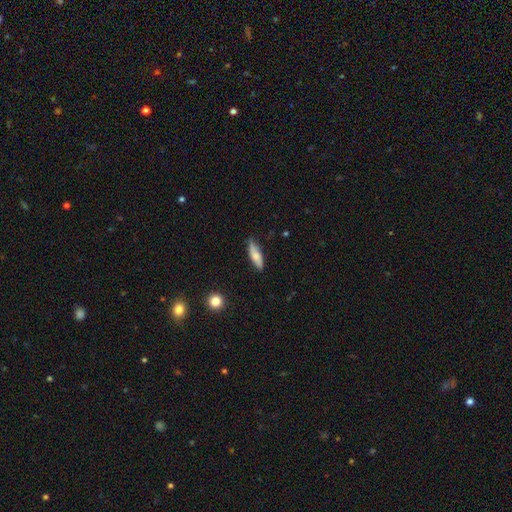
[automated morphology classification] Smooth or featured? smooth (71%)
How rounded? cigar-shaped (59%)
Merging? none (78%)